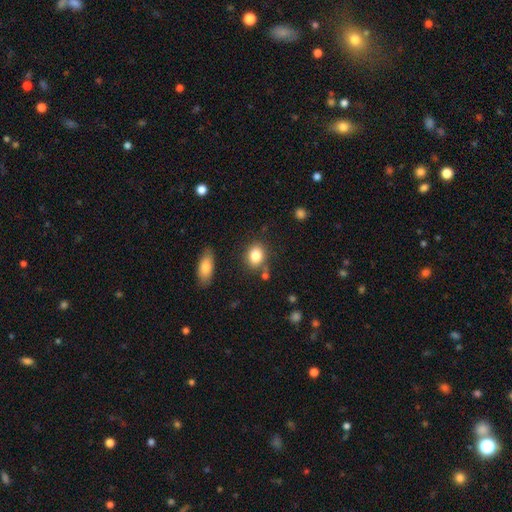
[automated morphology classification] Smooth or featured? Predicted: smooth (p=0.83). How rounded? Predicted: in between (p=0.57). Merging? Predicted: none (p=0.74).